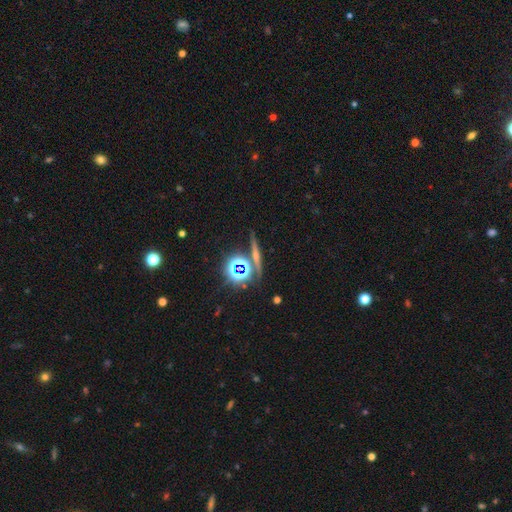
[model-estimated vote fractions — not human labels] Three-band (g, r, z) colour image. It shows a star or artifact, not a galaxy (45%).